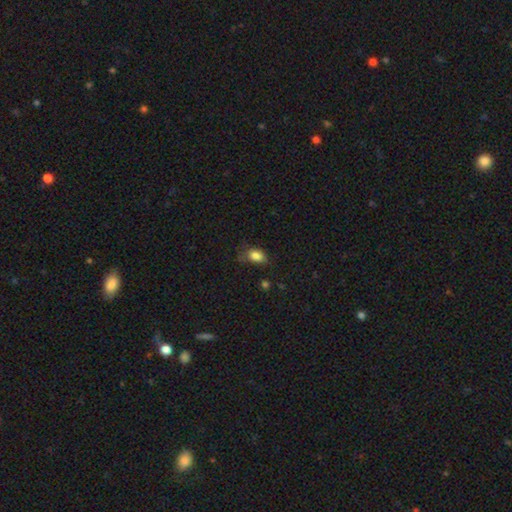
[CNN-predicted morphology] Smooth or featured: smooth — 84% (star or artifact — 10%)
How rounded: in between — 82% (round — 16%)
Merging: none — 56% (minor disturbance — 30%)